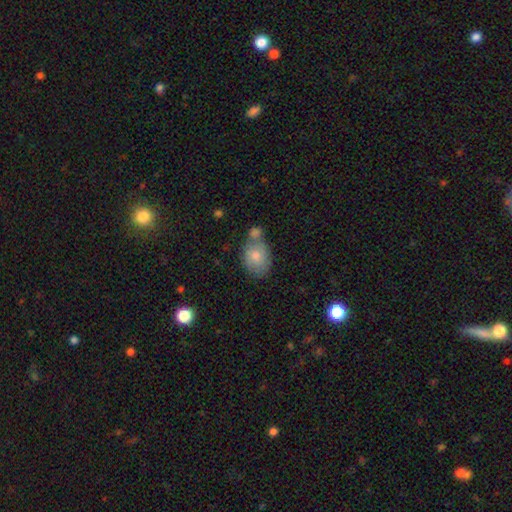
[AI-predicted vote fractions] This appears to be a smooth galaxy with no disk features (76%) that is in between round and cigar-shaped (69%). Merging: none (50%).